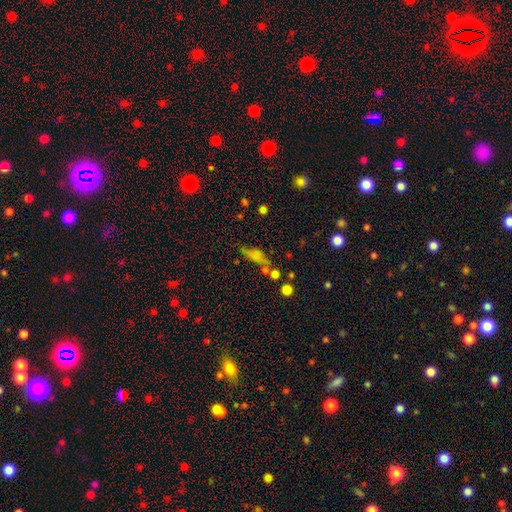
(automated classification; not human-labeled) A smooth galaxy with no disk features (63%) that is in between round and cigar-shaped (53%).

Vote fractions:
- Smooth or featured? smooth: 63% / featured or disk: 20% / star or artifact: 18%
- How rounded? in between: 53% / cigar-shaped: 39% / round: 8%
- Merging? none: 50% / minor disturbance: 22% / merger: 16% / major disturbance: 12%